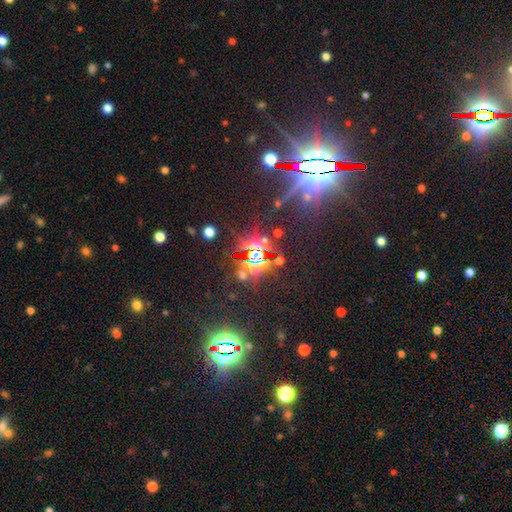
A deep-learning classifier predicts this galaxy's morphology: The model was most divided on "smooth or featured": star or artifact: 76%, smooth: 13%, featured or disk: 10%.